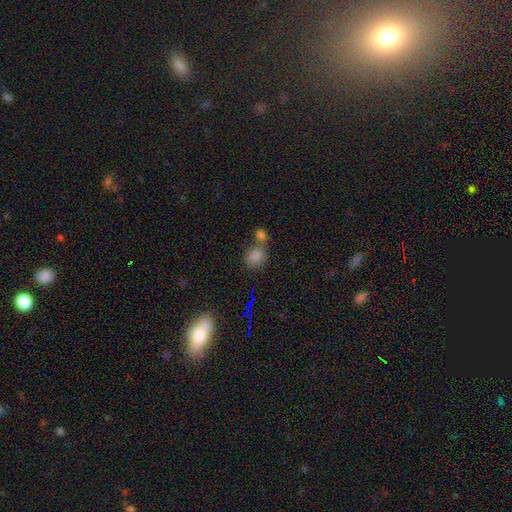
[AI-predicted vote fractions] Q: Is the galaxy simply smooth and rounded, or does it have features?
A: smooth — 80%.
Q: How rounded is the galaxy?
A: in between — 53%.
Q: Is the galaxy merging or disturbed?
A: none — 48%.